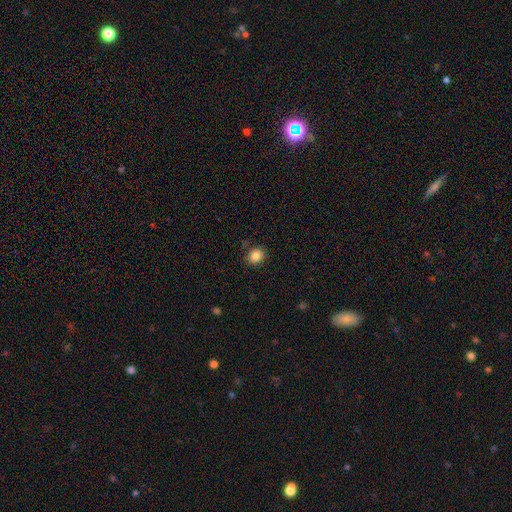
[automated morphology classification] A smooth galaxy with no disk features (85%) that is round (68%). Merging: none (86%).